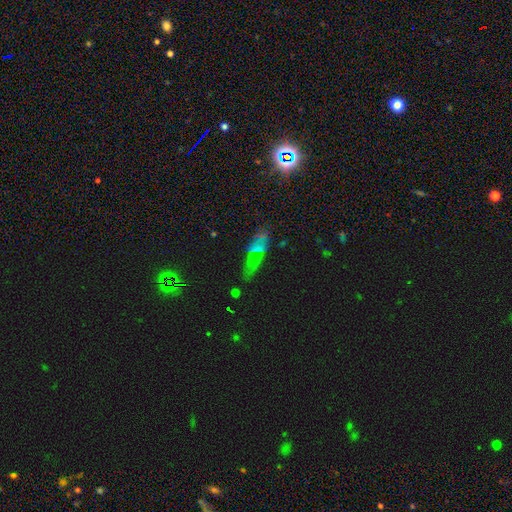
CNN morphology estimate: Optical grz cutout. It shows a smooth galaxy with no disk features (45%). Merging: none (71%).